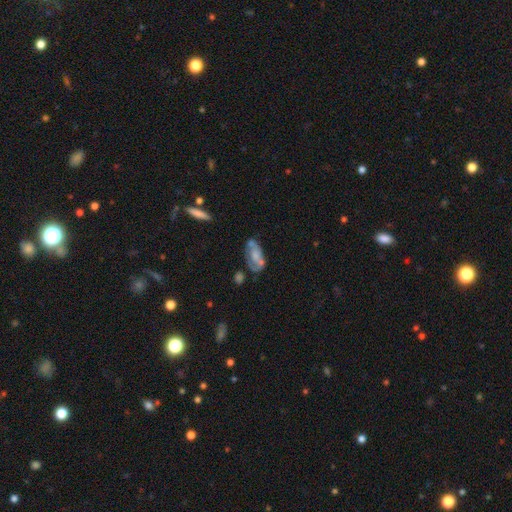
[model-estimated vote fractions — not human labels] The model was most divided on "smooth or featured": featured or disk: 53%, smooth: 39%, star or artifact: 8%. Remaining: edge-on disk — no (92%); merging — none (44%).